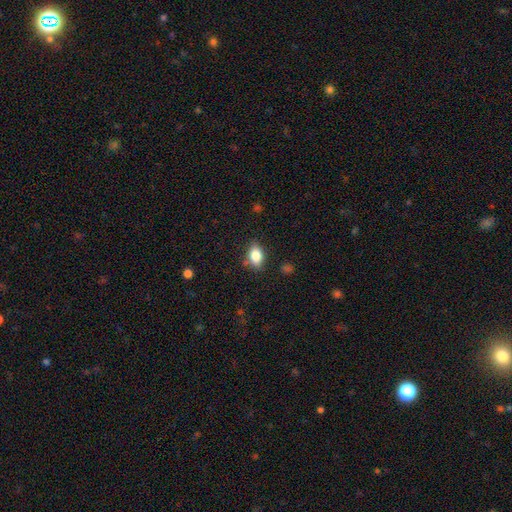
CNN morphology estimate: Smooth or featured?
  - smooth: 83% *
  - featured or disk: 8%
  - star or artifact: 8%
How rounded?
  - in between: 83% *
  - round: 14%
  - cigar-shaped: 3%
Merging?
  - none: 81% *
  - minor disturbance: 14%
  - major disturbance: 3%
  - merger: 2%